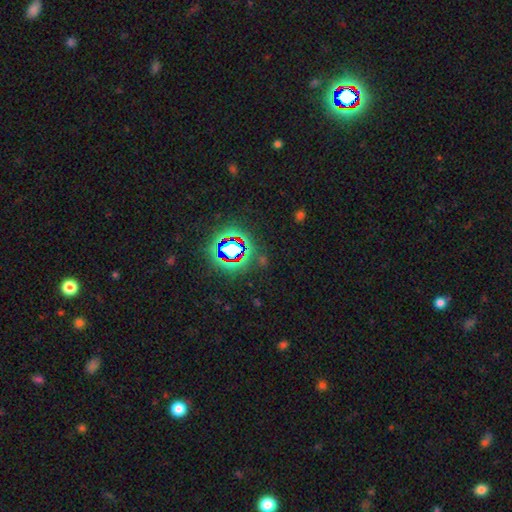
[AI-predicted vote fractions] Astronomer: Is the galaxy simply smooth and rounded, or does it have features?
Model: star or artifact — 78%.